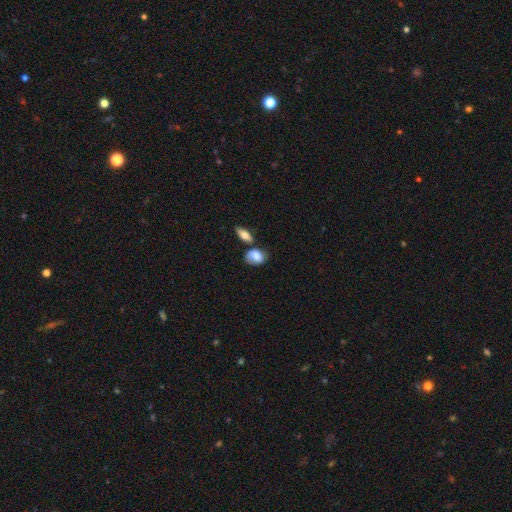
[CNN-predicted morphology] Overall: smooth (79%). How rounded: in between (77%). Merging: none (51%; minor disturbance 22%).